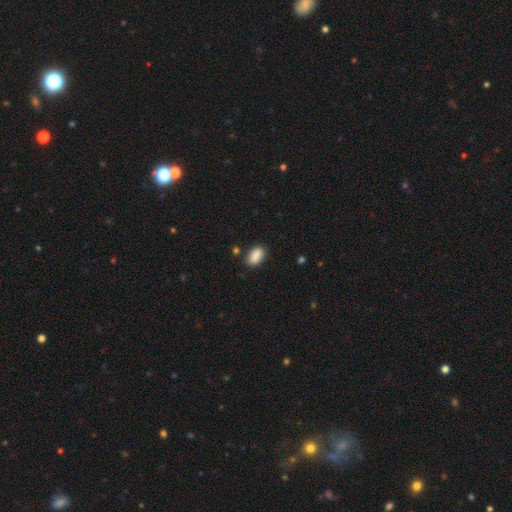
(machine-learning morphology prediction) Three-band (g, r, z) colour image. It shows a smooth galaxy with no disk features (88%) that is in between round and cigar-shaped (90%). Merging: none (83%).